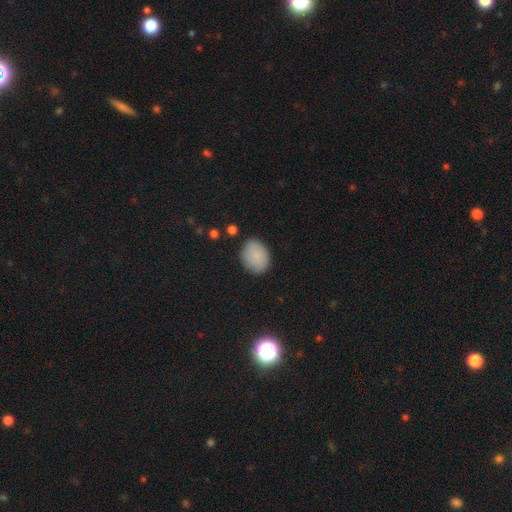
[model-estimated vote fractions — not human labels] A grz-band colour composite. It shows a smooth galaxy with no disk features (86%) that is in between round and cigar-shaped (56%). Merging: none (82%).